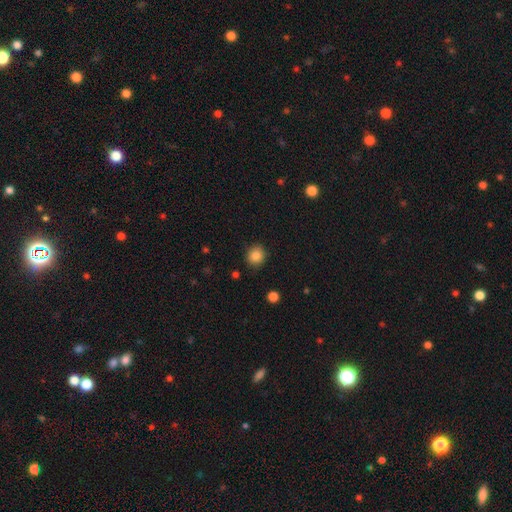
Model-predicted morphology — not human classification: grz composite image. It shows a smooth galaxy with no disk features (85%) that is round (83%). Merging: none (89%).